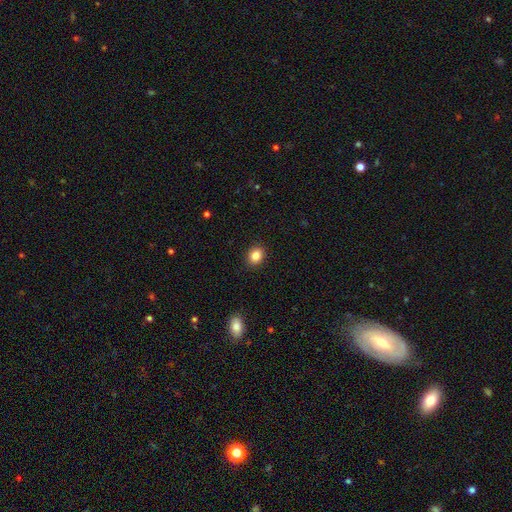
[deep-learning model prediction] smooth 85%, star or artifact 10%, featured or disk 5%. Down the decision tree: how rounded — round (60%); merging — none (90%).